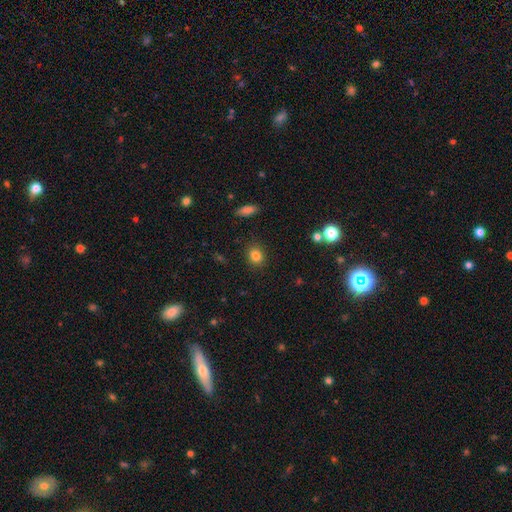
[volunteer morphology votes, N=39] smooth 85%, star or artifact 10%, featured or disk 5%. Down the decision tree: how rounded — round (58%); merging — none (86%).